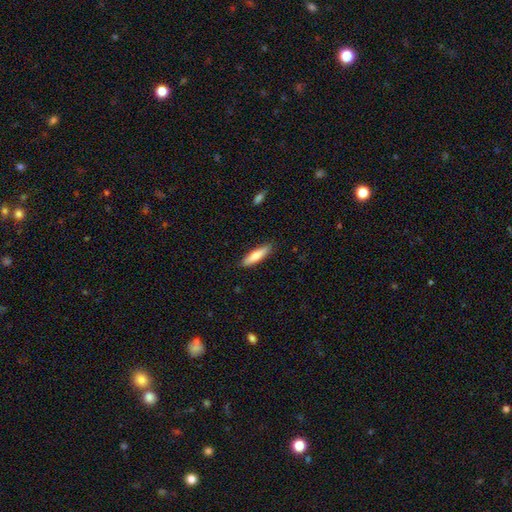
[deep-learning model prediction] A smooth galaxy with no disk features (72%) that is cigar-shaped (70%).

Vote fractions:
- Smooth or featured? smooth: 72% / featured or disk: 22% / star or artifact: 6%
- How rounded? cigar-shaped: 70% / in between: 29% / round: 1%
- Merging? none: 88% / minor disturbance: 9% / major disturbance: 2% / merger: 1%